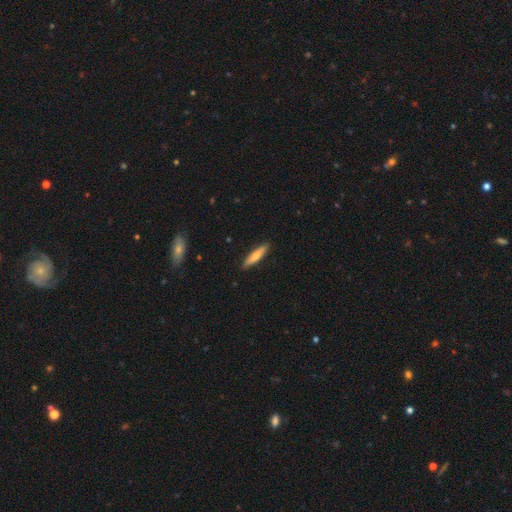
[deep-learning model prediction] Q: Smooth or featured?
A: smooth (66%); runner-up: featured or disk (29%)
Q: How rounded?
A: cigar-shaped (86%); runner-up: in between (13%)
Q: Merging?
A: none (89%); runner-up: minor disturbance (8%)